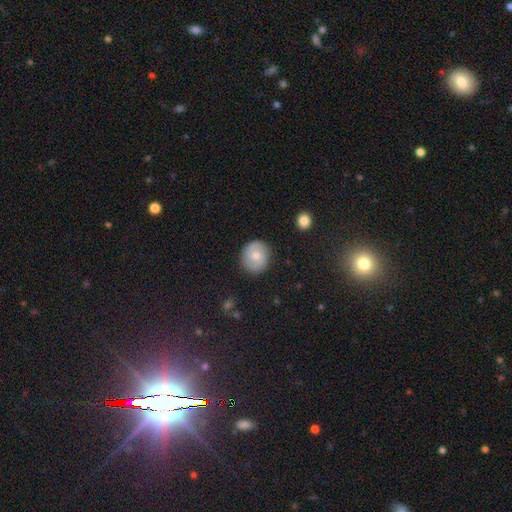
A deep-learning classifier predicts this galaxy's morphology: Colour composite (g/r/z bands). It shows a smooth galaxy with no disk features (50%) that is round (83%). Merging: none (85%).